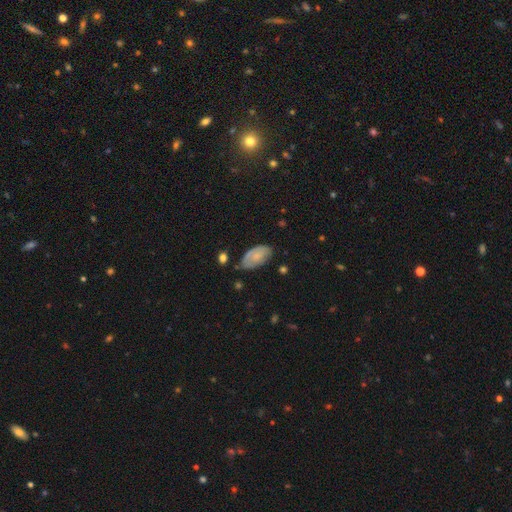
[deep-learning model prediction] Smooth or featured? Predicted: smooth (p=0.58). How rounded? Predicted: in between (p=0.93). Merging? Predicted: none (p=0.67).